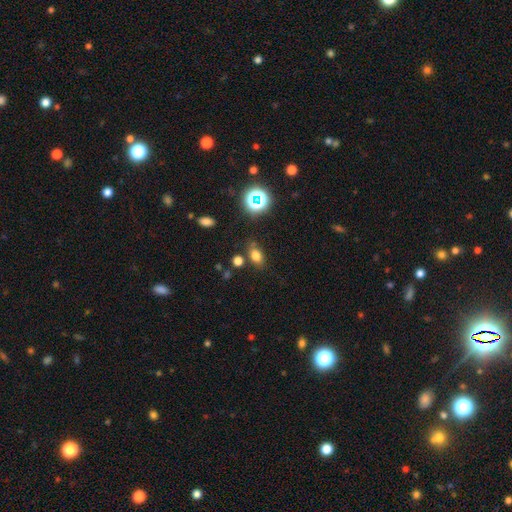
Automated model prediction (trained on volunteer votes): Morphology: type=smooth (73%); roundness=in between (73%); merging=none (74%).